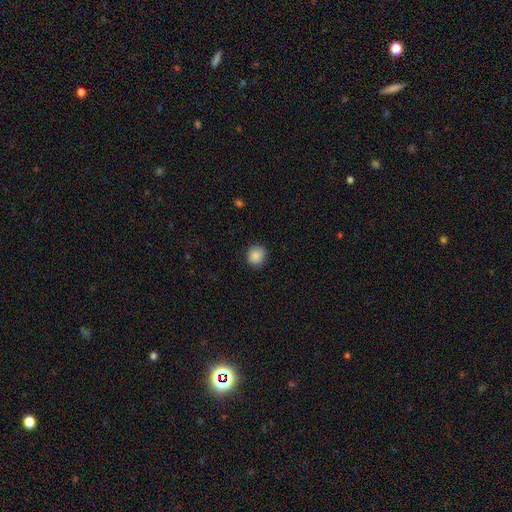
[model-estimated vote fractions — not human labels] Overall: smooth (87%). How rounded: round (89%). Merging: none (88%).